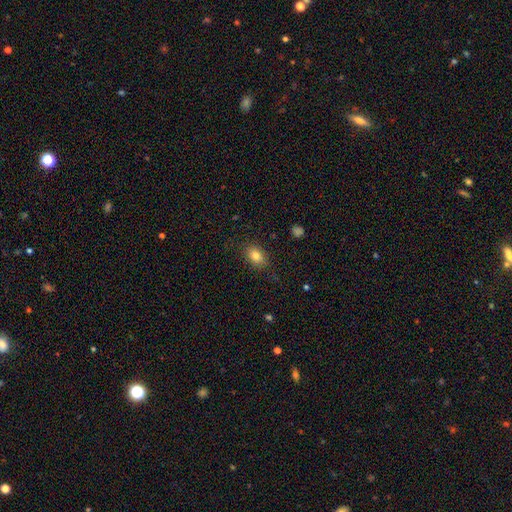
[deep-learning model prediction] A smooth galaxy with no disk features (82%) that is in between round and cigar-shaped (77%). Merging: none (83%).